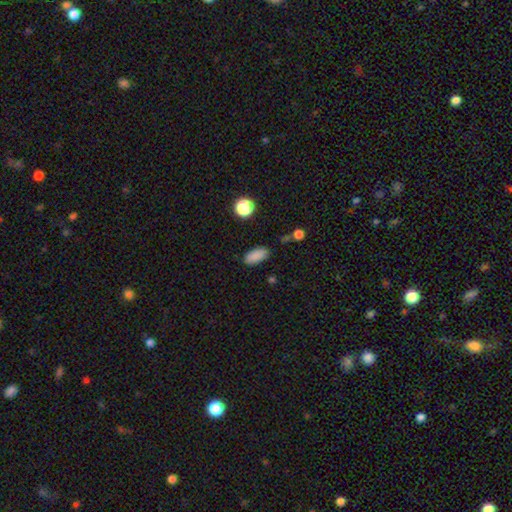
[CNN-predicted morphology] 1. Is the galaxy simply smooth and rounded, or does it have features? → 86% smooth, 10% star or artifact, 4% featured or disk.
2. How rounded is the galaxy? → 87% in between, 9% cigar-shaped, 4% round.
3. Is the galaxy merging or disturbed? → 83% none, 12% minor disturbance, 3% major disturbance, 2% merger.